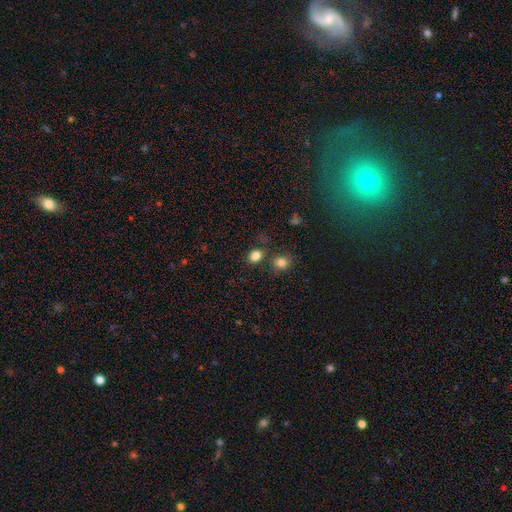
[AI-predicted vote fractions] smooth-or-featured: smooth: 84% | star or artifact: 12% | featured or disk: 5%
  how-rounded: round: 51% | in between: 48% | cigar-shaped: 1%
  merging: none: 76% | merger: 11% | minor disturbance: 10% | major disturbance: 3%